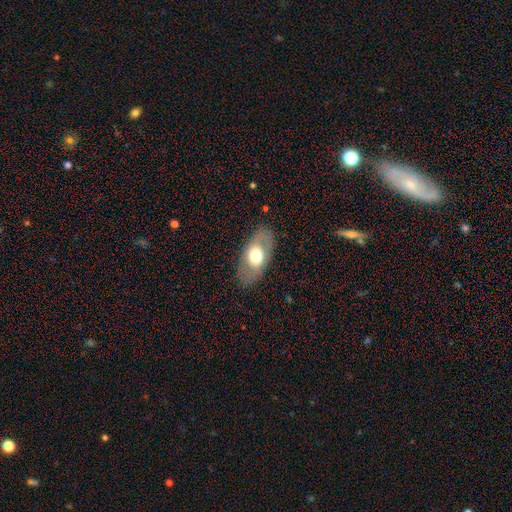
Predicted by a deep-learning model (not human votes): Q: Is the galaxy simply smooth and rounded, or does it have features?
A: smooth — 52%.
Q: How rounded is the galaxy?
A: in between — 91%.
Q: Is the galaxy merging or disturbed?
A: none — 82%.